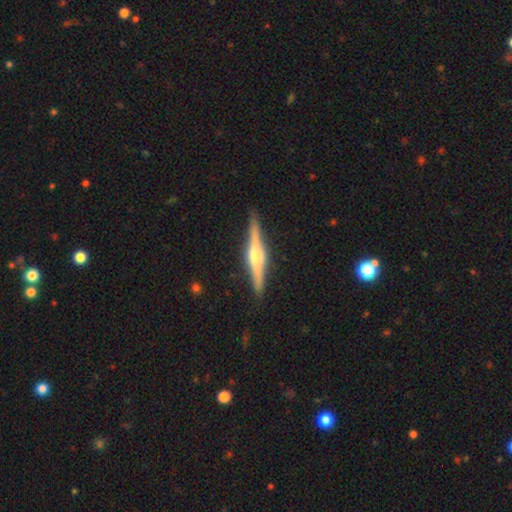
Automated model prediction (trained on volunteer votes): Smooth or featured? Predicted: featured or disk (p=0.79). Edge-on disk? Predicted: yes (p=0.98). Edge-on bulge? Predicted: rounded (p=0.84). Merging? Predicted: none (p=0.91).